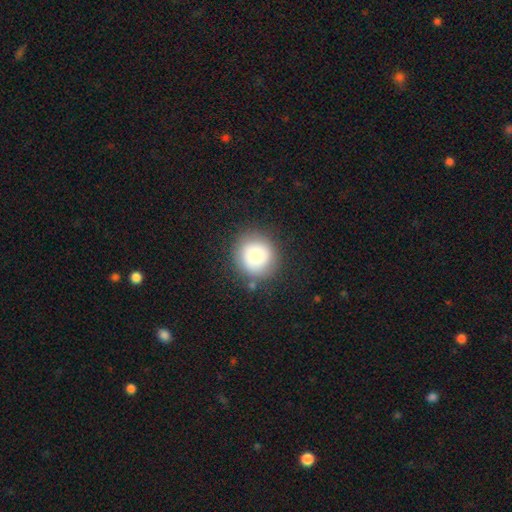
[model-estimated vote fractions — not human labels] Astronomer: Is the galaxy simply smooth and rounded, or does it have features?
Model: smooth — 73%.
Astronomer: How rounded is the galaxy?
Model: round — 92%.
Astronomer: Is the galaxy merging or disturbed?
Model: none — 81%.